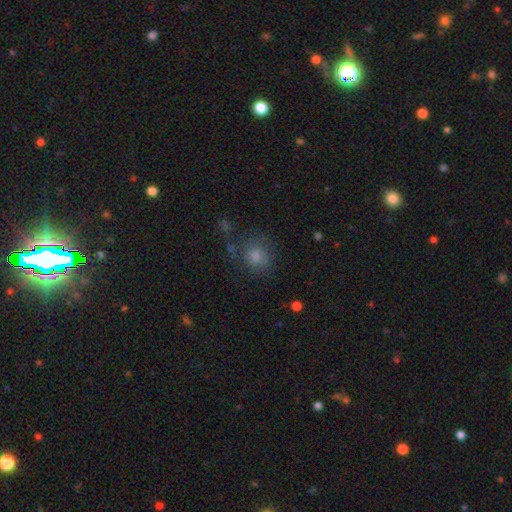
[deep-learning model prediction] Q: Smooth or featured?
A: smooth (63%); runner-up: star or artifact (21%)
Q: How rounded?
A: round (79%); runner-up: in between (20%)
Q: Merging?
A: none (70%); runner-up: minor disturbance (16%)